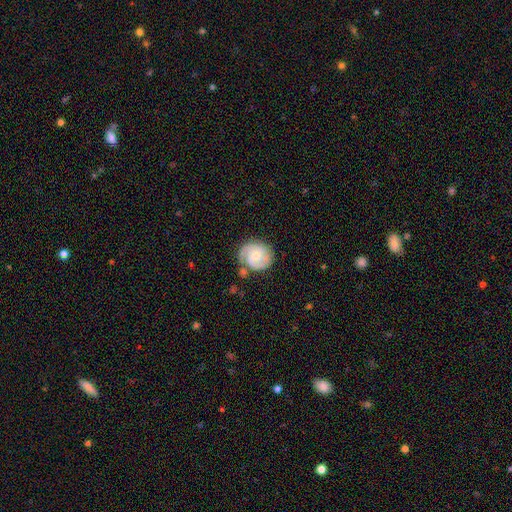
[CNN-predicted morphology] featured or disk 78%, smooth 16%, star or artifact 6%. Down the decision tree: edge-on disk — no (98%); bar — no (64%); spiral arms — yes (95%); spiral arm count — 2 (56%); spiral winding — tight (54%); bulge size — small (52%); merging — none (66%).